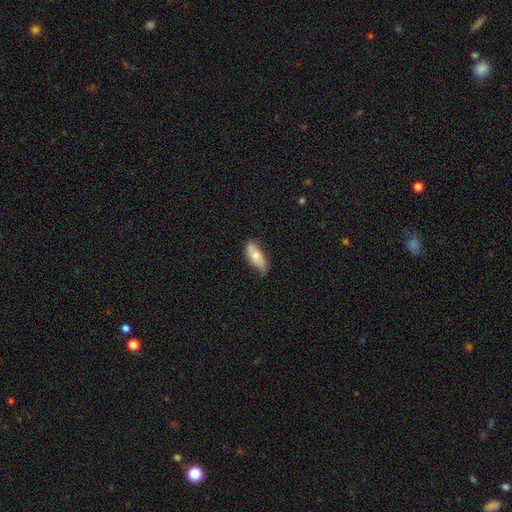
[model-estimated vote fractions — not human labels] This is likely a smooth galaxy (63%). How rounded: likely in between (76%). Merging: likely none (63%).